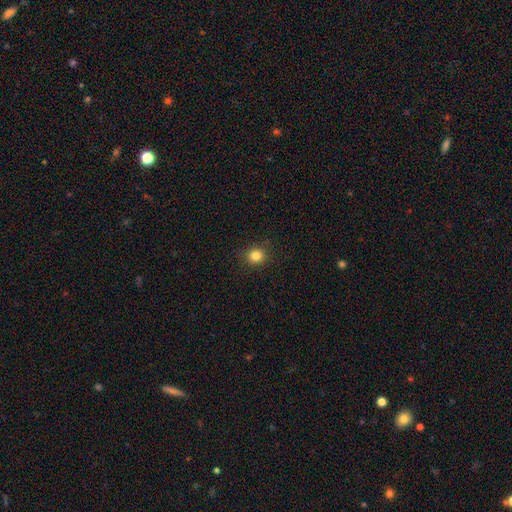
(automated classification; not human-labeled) Overall: smooth (82%). How rounded: round (84%). Merging: none (89%).